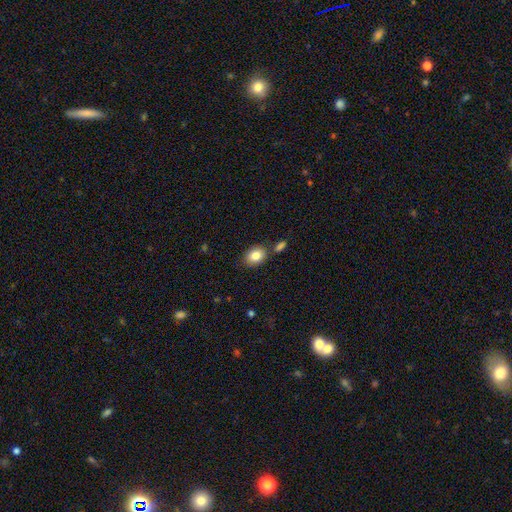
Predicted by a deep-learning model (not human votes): Smooth or featured? smooth (85%)
How rounded? in between (70%)
Merging? none (74%)